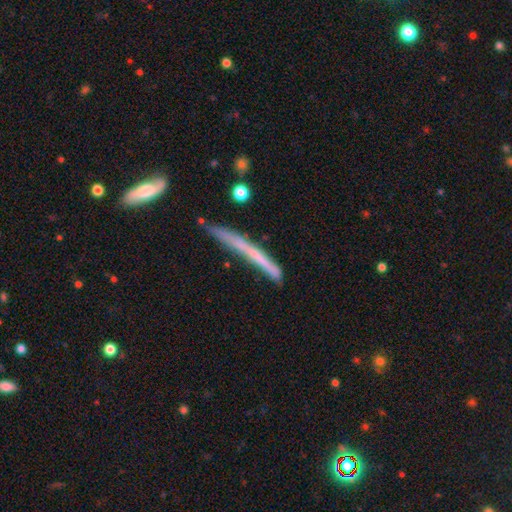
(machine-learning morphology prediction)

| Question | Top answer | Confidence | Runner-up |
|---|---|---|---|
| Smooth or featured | smooth | 46% | featured or disk (43%) |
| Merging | none | 71% | minor disturbance (19%) |